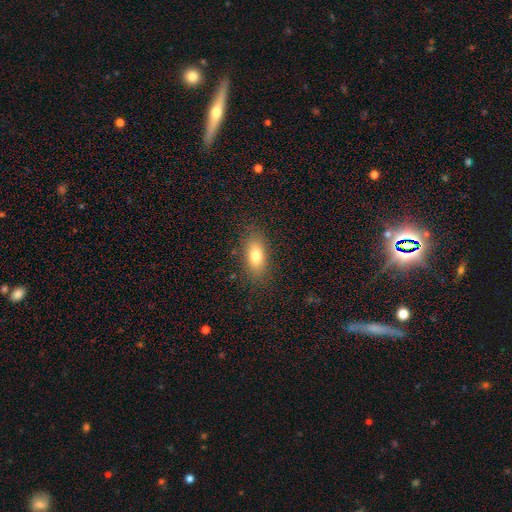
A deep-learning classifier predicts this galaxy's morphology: Q: Smooth or featured?
A: smooth (78%); runner-up: featured or disk (13%)
Q: How rounded?
A: in between (82%); runner-up: cigar-shaped (12%)
Q: Merging?
A: none (84%); runner-up: minor disturbance (11%)